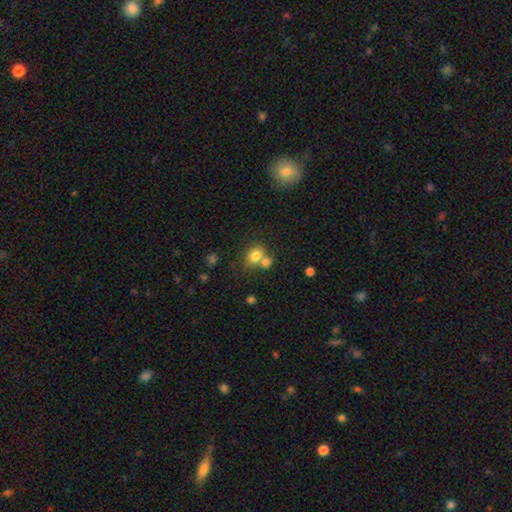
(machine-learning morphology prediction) Q: Smooth or featured?
A: smooth (78%); runner-up: star or artifact (11%)
Q: How rounded?
A: in between (51%); runner-up: round (48%)
Q: Merging?
A: merger (42%); tied with: none (42%)